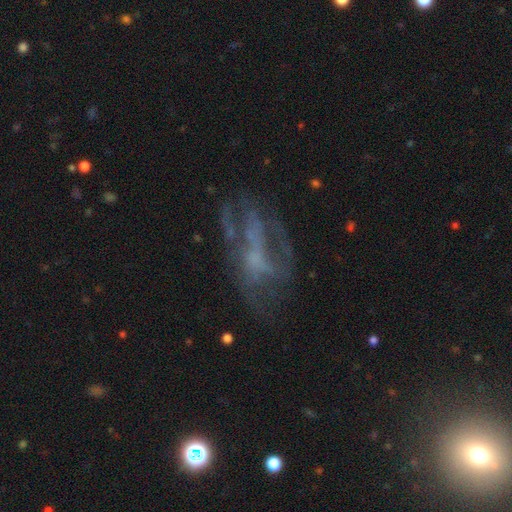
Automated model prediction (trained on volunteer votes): A featured or disk galaxy (65%) with no bar (67%), no spiral arms (58%) and no central bulge (51%).

Vote fractions:
- Smooth or featured? featured or disk: 65% / star or artifact: 18% / smooth: 17%
- Edge-on disk? no: 93% / yes: 7%
- Bar? no: 67% / weak: 24% / strong: 9%
- Spiral arms? no: 58% / yes: 42%
- Bulge size? none: 51% / small: 28% / moderate: 17% / large: 3% / dominant: 1%
- Merging? none: 47% / major disturbance: 31% / minor disturbance: 18% / merger: 5%